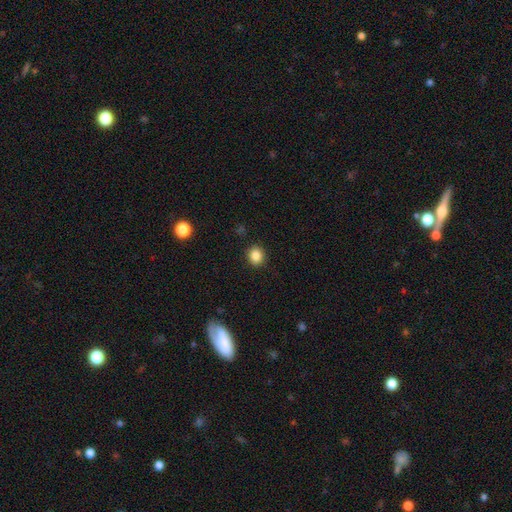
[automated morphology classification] This is clearly a smooth galaxy (85%). How rounded: likely round (80%). Merging: clearly none (91%).